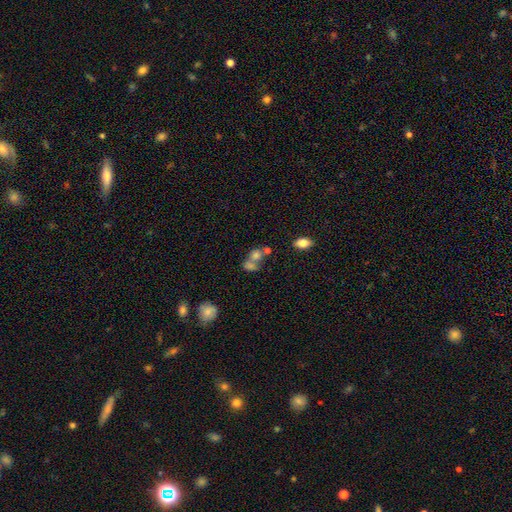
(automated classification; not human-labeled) Smooth or featured? smooth (68%)
How rounded? round (50%)
Merging? merger (56%)